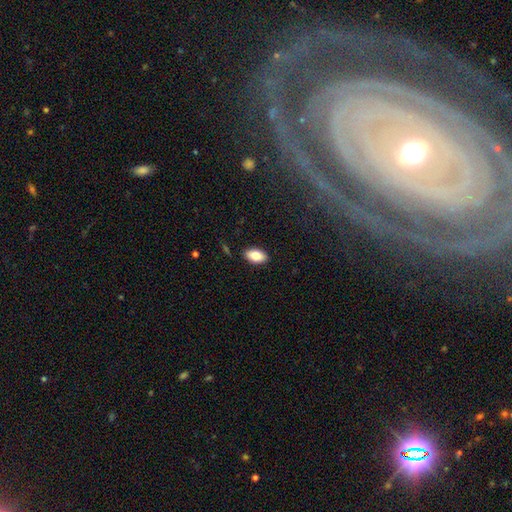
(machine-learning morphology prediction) This is clearly a smooth galaxy (84%). How rounded: clearly in between (93%). Merging: clearly none (88%).